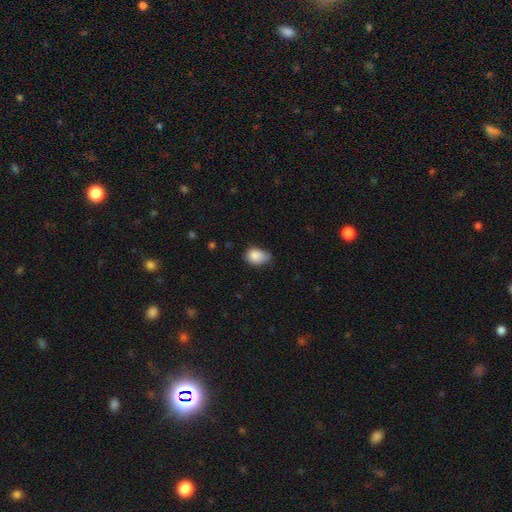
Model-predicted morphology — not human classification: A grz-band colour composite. It shows a smooth galaxy with no disk features (85%) that is in between round and cigar-shaped (78%). Merging: minor disturbance (45%).